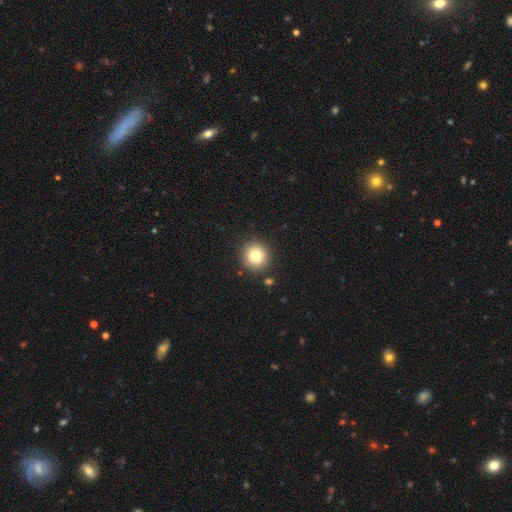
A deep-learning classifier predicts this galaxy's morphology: type=smooth (80%); roundness=round (93%); merging=none (89%).